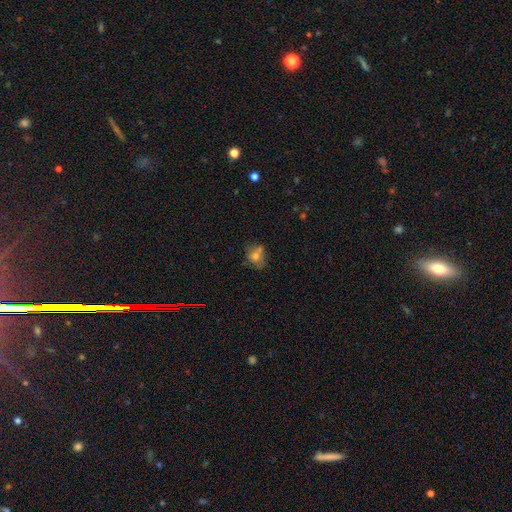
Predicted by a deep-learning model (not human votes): This is possibly a smooth galaxy (60%). How rounded: possibly round (56%). Merging: possibly none (50%).